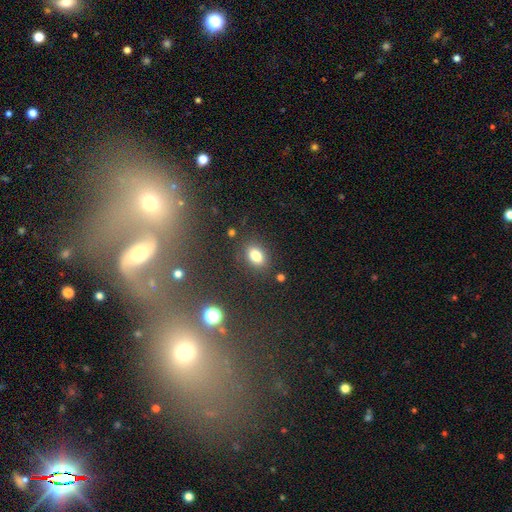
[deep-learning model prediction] Smooth or featured? smooth (81%)
How rounded? in between (77%)
Merging? none (82%)